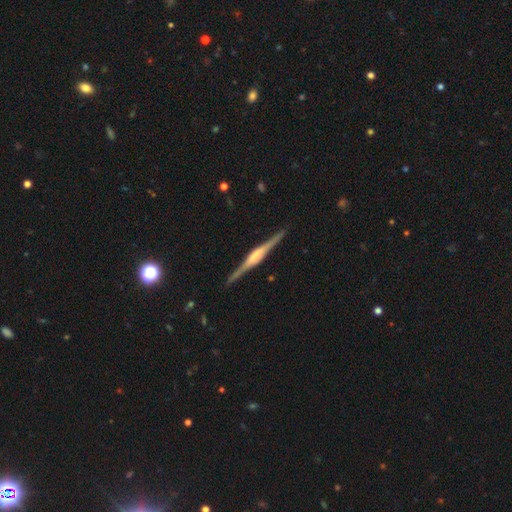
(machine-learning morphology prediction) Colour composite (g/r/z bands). It shows a featured or disk galaxy (84%) viewed edge-on (98%) with a boxy central bulge (47%). Merging: none (89%).